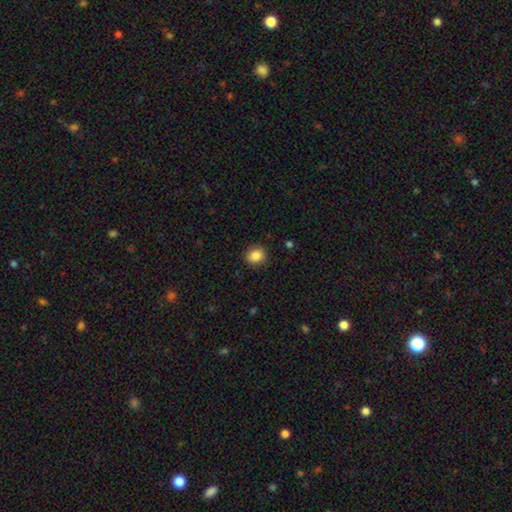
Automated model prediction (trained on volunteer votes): Smooth or featured? Predicted: smooth (p=0.86). How rounded? Predicted: round (p=0.68). Merging? Predicted: none (p=0.87).